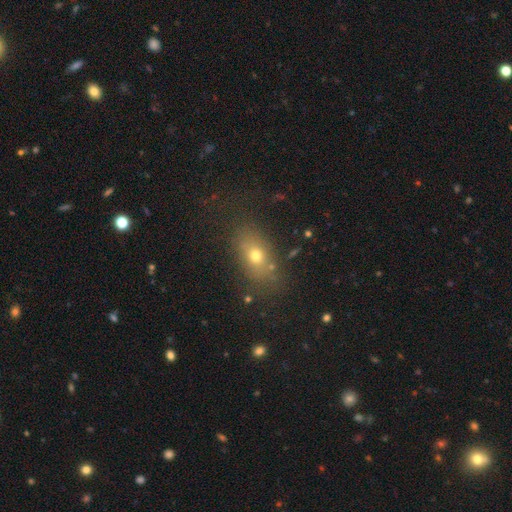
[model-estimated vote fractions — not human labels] The model was most divided on "smooth or featured": smooth: 67%, featured or disk: 17%, star or artifact: 15%. More confident: merging — none (75%); how rounded — in between (74%).